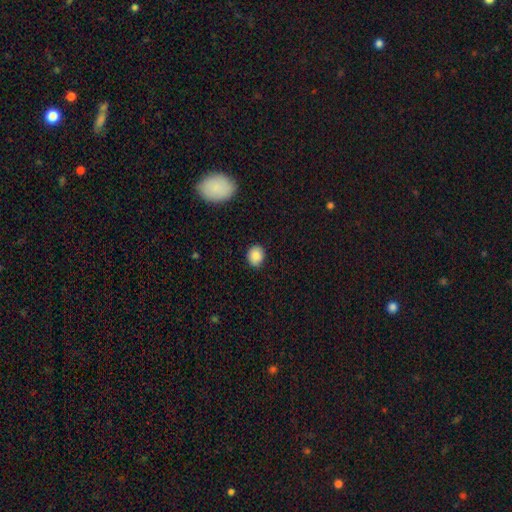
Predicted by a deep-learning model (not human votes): Smooth or featured?
  - smooth: 87% *
  - star or artifact: 8%
  - featured or disk: 4%
How rounded?
  - round: 64% *
  - in between: 35%
  - cigar-shaped: 1%
Merging?
  - none: 86% *
  - minor disturbance: 11%
  - major disturbance: 2%
  - merger: 1%